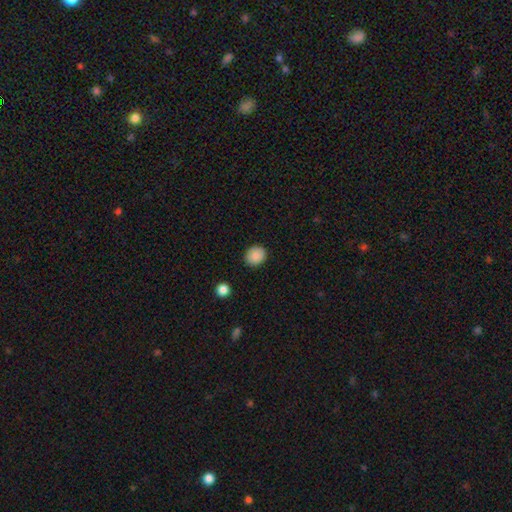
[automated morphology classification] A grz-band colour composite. It shows a smooth galaxy with no disk features (88%) that is round (75%). Merging: none (89%).